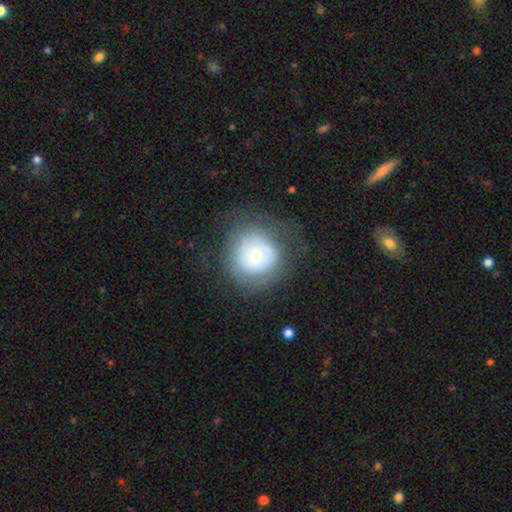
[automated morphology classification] A smooth galaxy with no disk features (53%) that is round (89%).

Vote fractions:
- Smooth or featured? smooth: 53% / featured or disk: 38% / star or artifact: 10%
- How rounded? round: 89% / in between: 10% / cigar-shaped: 1%
- Merging? none: 66% / minor disturbance: 19% / major disturbance: 13% / merger: 2%